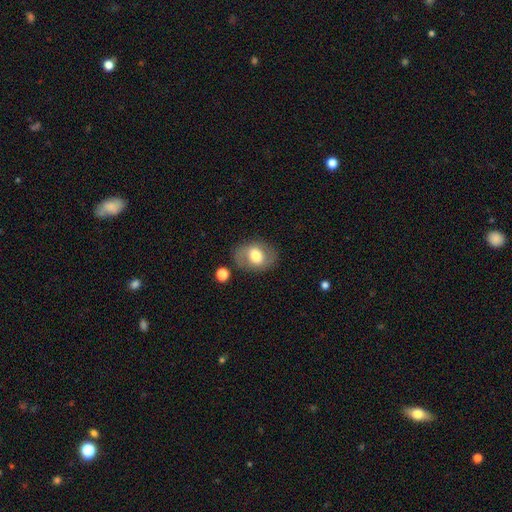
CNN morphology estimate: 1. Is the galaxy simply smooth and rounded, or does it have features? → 60% smooth, 33% featured or disk, 8% star or artifact.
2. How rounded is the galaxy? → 67% in between, 32% round, 1% cigar-shaped.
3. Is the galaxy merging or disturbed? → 75% none, 15% minor disturbance, 7% major disturbance, 4% merger.